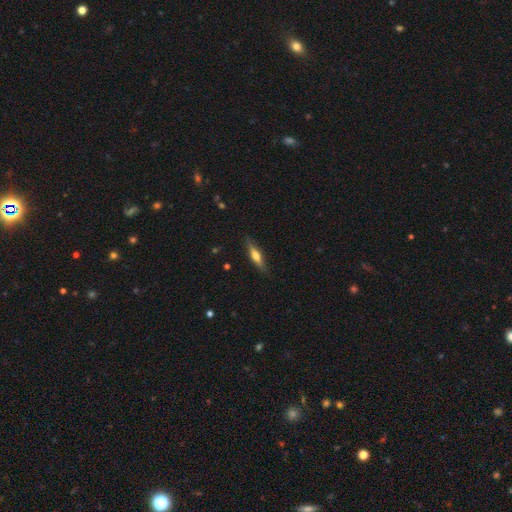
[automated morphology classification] A featured or disk galaxy (49%). Merging: none (86%).